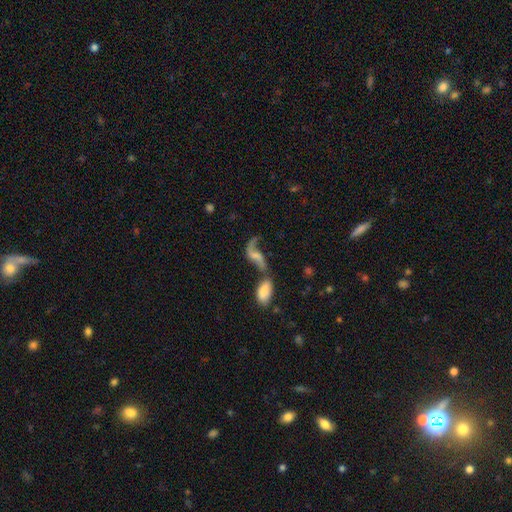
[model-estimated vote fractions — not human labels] This is likely a featured or disk galaxy (66%). It is clearly not viewed edge-on (92%). Bar: possibly no (51%). Spiral arm pattern: clearly yes (82%). Central bulge: marginally none (43%). Merging: possibly merger (47%).